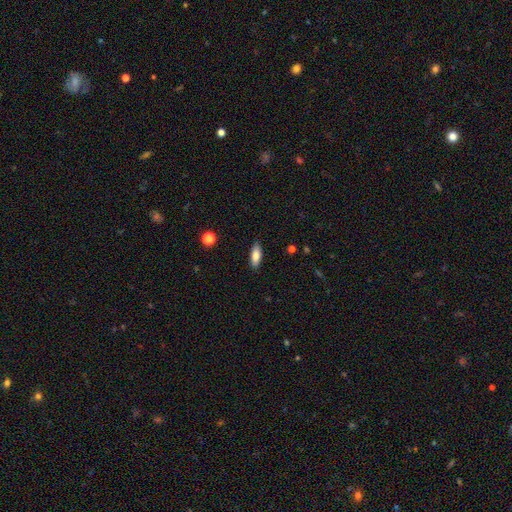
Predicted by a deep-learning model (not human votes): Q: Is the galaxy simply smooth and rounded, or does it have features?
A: smooth — 80%.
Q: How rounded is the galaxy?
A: in between — 71%.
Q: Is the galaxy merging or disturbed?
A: none — 88%.